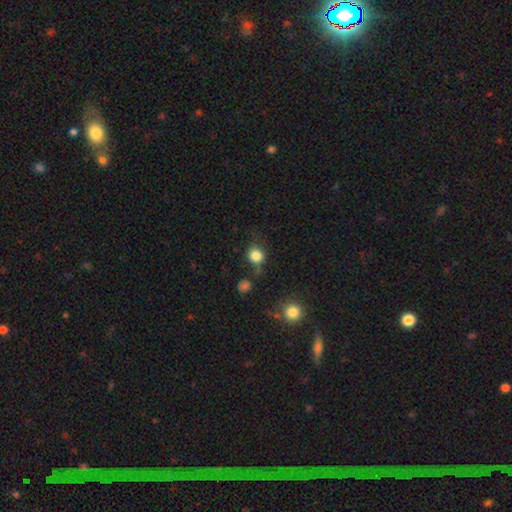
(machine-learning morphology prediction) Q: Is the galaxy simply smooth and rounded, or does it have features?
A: smooth — 81%.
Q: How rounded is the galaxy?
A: round — 77%.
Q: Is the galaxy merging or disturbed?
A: none — 58%.